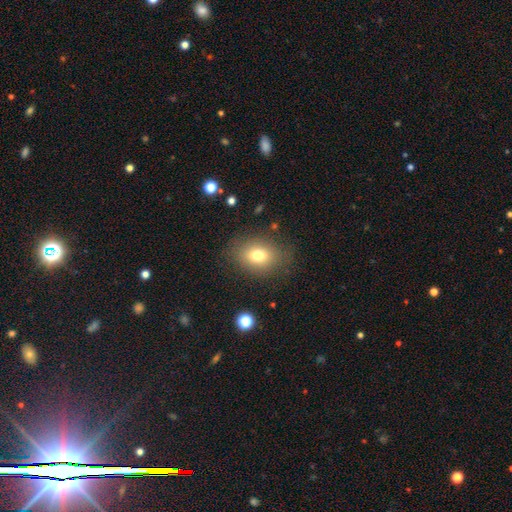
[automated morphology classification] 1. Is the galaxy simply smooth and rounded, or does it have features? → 52% smooth, 31% star or artifact, 17% featured or disk.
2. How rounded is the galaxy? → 65% in between, 33% round, 2% cigar-shaped.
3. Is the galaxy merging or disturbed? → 86% none, 9% minor disturbance, 3% major disturbance, 2% merger.